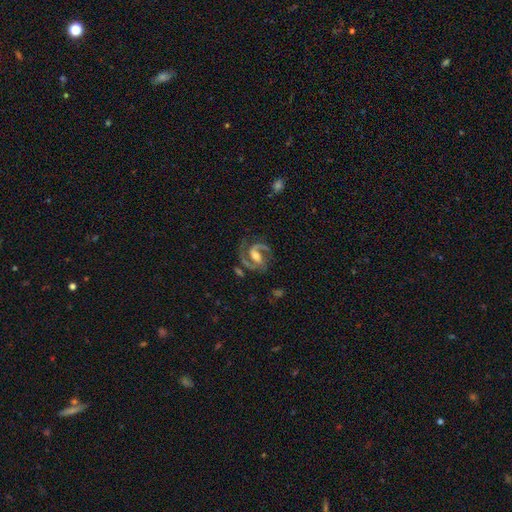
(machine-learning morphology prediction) Smooth or featured?
  - featured or disk: 90% *
  - star or artifact: 5%
  - smooth: 5%
Edge-on disk?
  - no: 98% *
  - yes: 2%
Bar?
  - weak: 41% *
  - strong: 40%
  - no: 19%
Spiral arms?
  - yes: 98% *
  - no: 2%
Spiral winding?
  - medium: 61% *
  - tight: 26%
  - loose: 13%
Spiral arm count?
  - 2: 91% *
  - 1: 3%
  - 3: 2%
  - can't tell: 2%
  - 4: 1%
  - more than 4: 1%
Bulge size?
  - moderate: 60% *
  - small: 30%
  - large: 6%
  - none: 2%
  - dominant: 1%
Merging?
  - none: 71% *
  - minor disturbance: 16%
  - major disturbance: 9%
  - merger: 4%